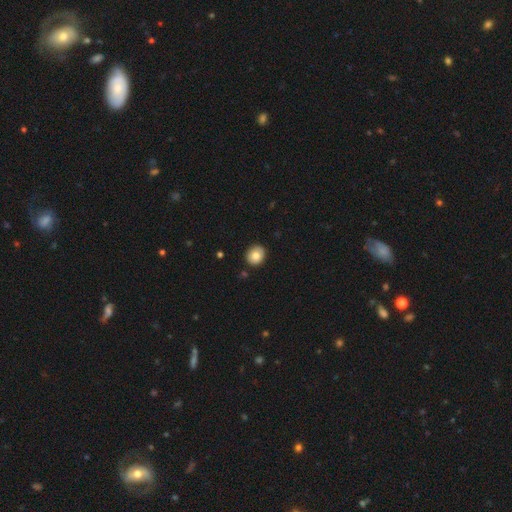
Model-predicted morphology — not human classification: Overall: smooth (81%). How rounded: round (79%). Merging: none (88%).